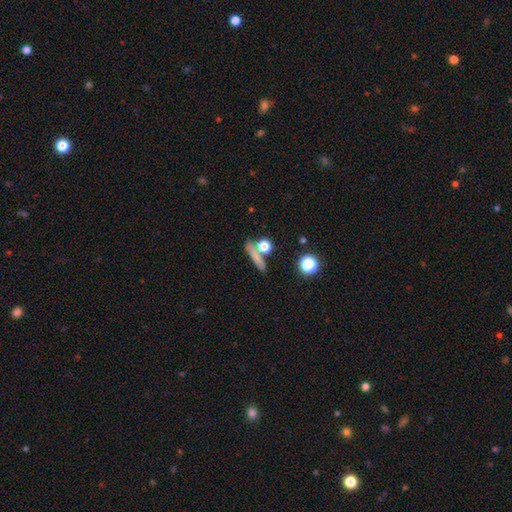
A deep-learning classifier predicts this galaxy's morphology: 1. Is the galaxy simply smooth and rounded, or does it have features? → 70% smooth, 18% featured or disk, 12% star or artifact.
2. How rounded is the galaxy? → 64% cigar-shaped, 21% round, 15% in between.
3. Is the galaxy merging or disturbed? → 69% none, 16% merger, 10% minor disturbance, 5% major disturbance.